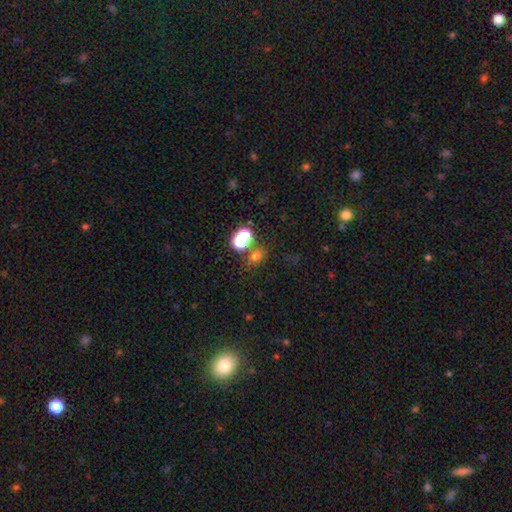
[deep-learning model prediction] Overall: smooth (66%). How rounded: in between (50%; round 48%). Merging: none (53%; merger 32%).